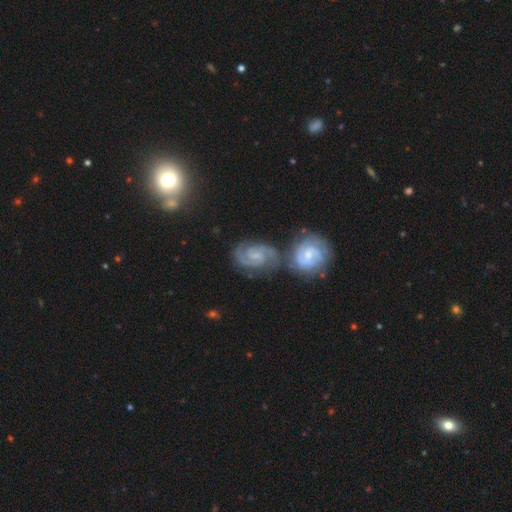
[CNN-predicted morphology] Smooth or featured?
  - featured or disk: 87% *
  - smooth: 7%
  - star or artifact: 6%
Edge-on disk?
  - no: 97% *
  - yes: 3%
Bar?
  - weak: 50% *
  - no: 37%
  - strong: 14%
Spiral arms?
  - yes: 98% *
  - no: 2%
Spiral winding?
  - medium: 49% *
  - tight: 41%
  - loose: 10%
Spiral arm count?
  - 2: 86% *
  - can't tell: 5%
  - 3: 4%
  - 1: 2%
  - 4: 2%
  - more than 4: 1%
Bulge size?
  - small: 63% *
  - moderate: 22%
  - none: 12%
  - large: 2%
  - dominant: 1%
Merging?
  - none: 52% *
  - merger: 30%
  - minor disturbance: 13%
  - major disturbance: 5%